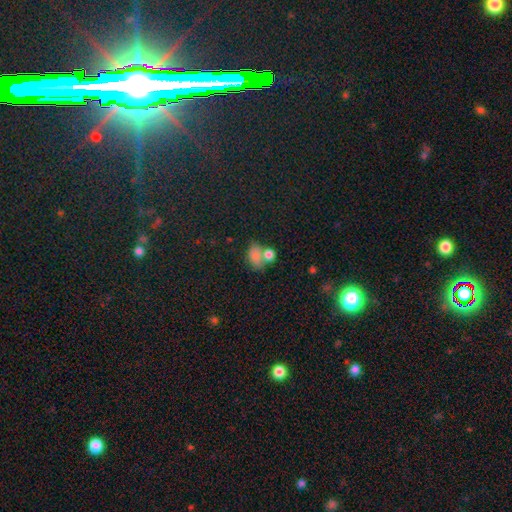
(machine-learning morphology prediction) Q: Smooth or featured?
A: smooth (77%); runner-up: star or artifact (13%)
Q: How rounded?
A: in between (71%); runner-up: round (28%)
Q: Merging?
A: merger (42%); runner-up: none (36%)